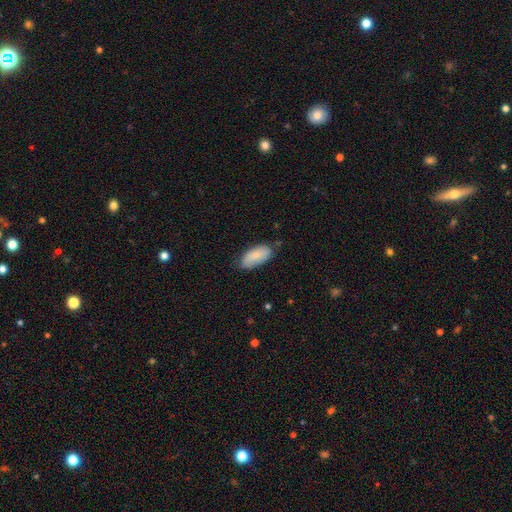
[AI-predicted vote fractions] Smooth or featured? Predicted: smooth (p=0.82). How rounded? Predicted: in between (p=0.91). Merging? Predicted: none (p=0.68).